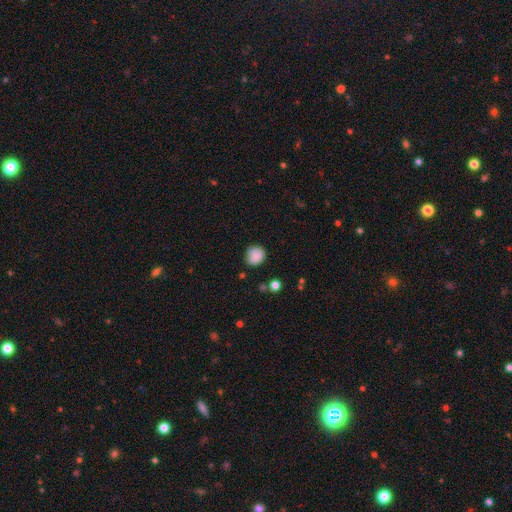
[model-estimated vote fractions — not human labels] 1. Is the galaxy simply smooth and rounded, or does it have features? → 87% smooth, 9% star or artifact, 4% featured or disk.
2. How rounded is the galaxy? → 79% round, 20% in between, 1% cigar-shaped.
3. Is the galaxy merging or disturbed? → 77% none, 17% minor disturbance, 4% major disturbance, 2% merger.